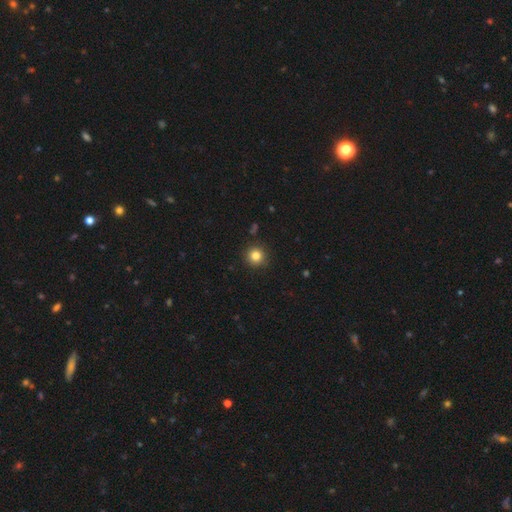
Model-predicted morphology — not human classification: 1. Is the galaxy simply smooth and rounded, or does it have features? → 83% smooth, 12% star or artifact, 5% featured or disk.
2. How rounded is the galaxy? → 95% round, 4% in between, 1% cigar-shaped.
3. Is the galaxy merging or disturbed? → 91% none, 6% minor disturbance, 2% major disturbance, 1% merger.